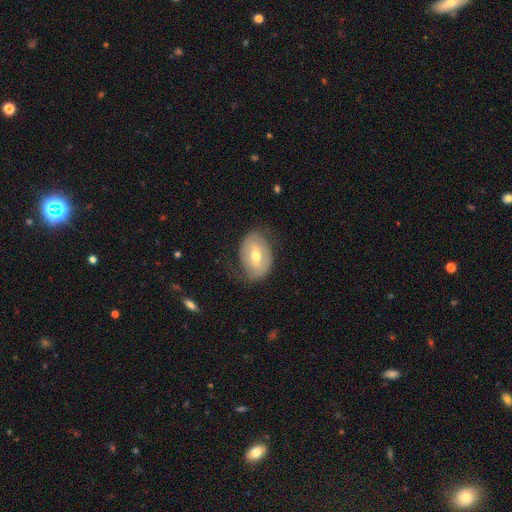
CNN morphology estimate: featured or disk 48%, smooth 46%, star or artifact 6%. Down the decision tree: merging — none (69%).